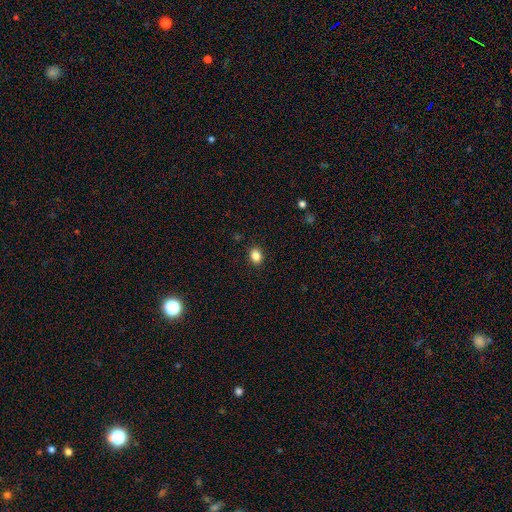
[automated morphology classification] Overall: smooth (85%). How rounded: in between (52%; round 47%). Merging: none (90%).